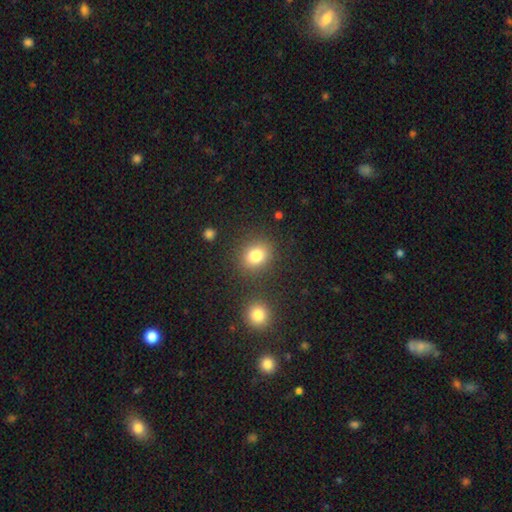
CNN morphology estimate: A smooth galaxy with no disk features (82%) that is round (63%). Merging: none (80%).